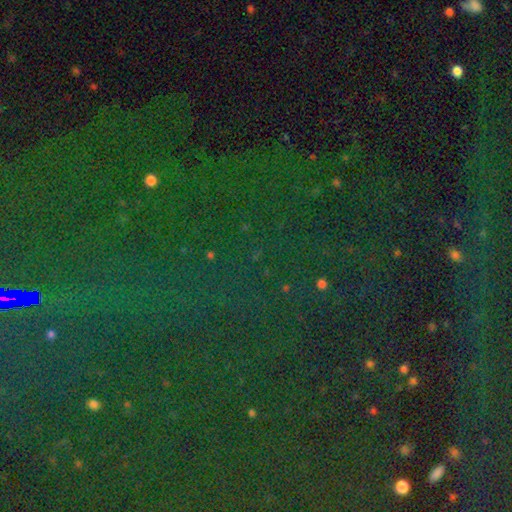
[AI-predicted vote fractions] Smooth or featured? Predicted: star or artifact (p=0.82).